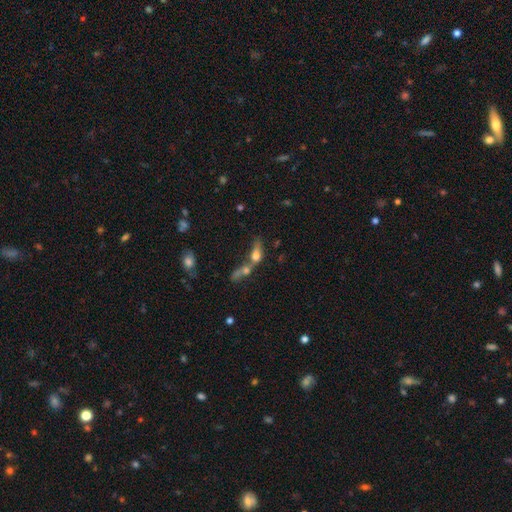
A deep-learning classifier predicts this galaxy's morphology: Smooth or featured?
  - smooth: 59% *
  - featured or disk: 28%
  - star or artifact: 12%
How rounded?
  - in between: 59% *
  - cigar-shaped: 22%
  - round: 19%
Merging?
  - merger: 69% *
  - none: 15%
  - major disturbance: 9%
  - minor disturbance: 7%